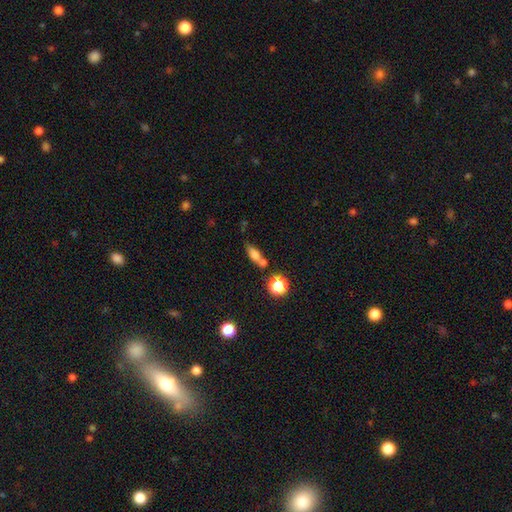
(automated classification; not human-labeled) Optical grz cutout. It shows a smooth galaxy with no disk features (68%) that is in between round and cigar-shaped (59%). Merging: none (48%).